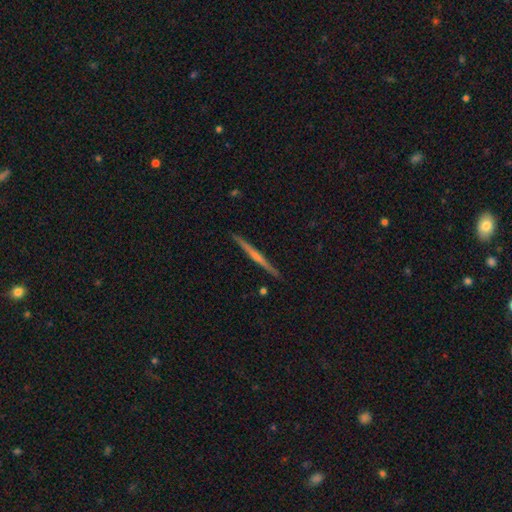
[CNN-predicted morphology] Smooth or featured? Predicted: featured or disk (p=0.68). Edge-on disk? Predicted: yes (p=0.98). Edge-on bulge? Predicted: none (p=0.50). Merging? Predicted: none (p=0.92).